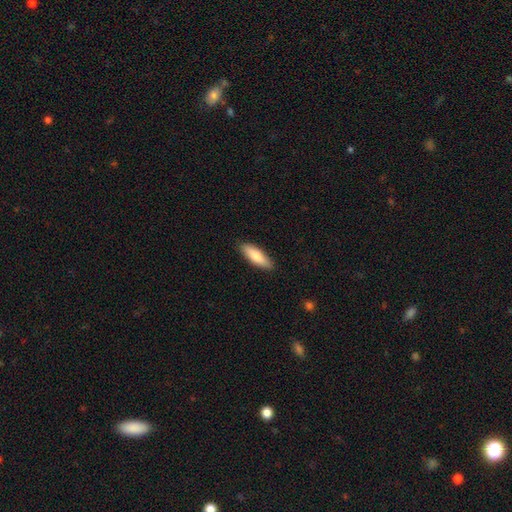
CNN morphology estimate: type=smooth (78%); roundness=in between (53%); merging=none (89%).